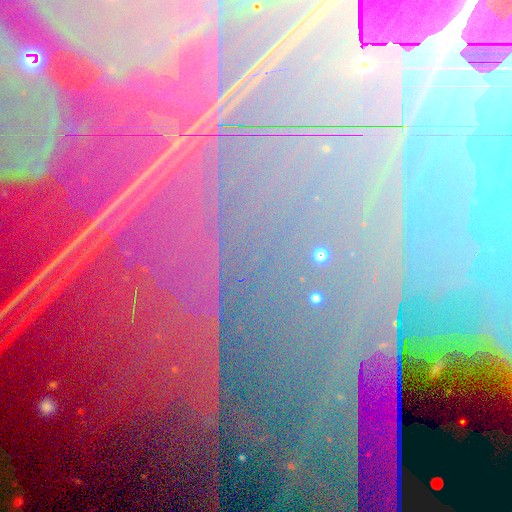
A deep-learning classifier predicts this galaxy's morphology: A star or artifact, not a galaxy (86%).